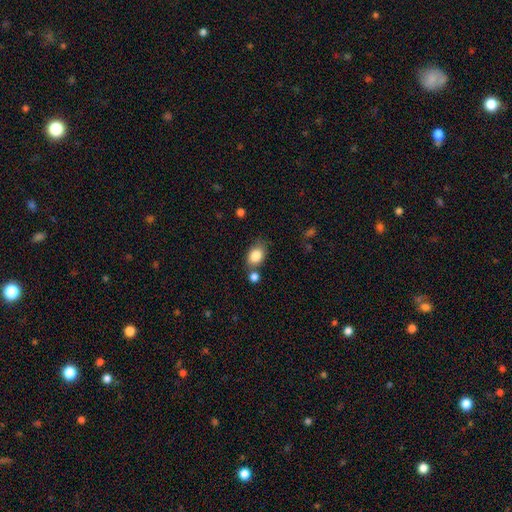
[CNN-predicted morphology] Smooth or featured?
  - smooth: 85% *
  - star or artifact: 8%
  - featured or disk: 7%
How rounded?
  - in between: 77% *
  - round: 22%
  - cigar-shaped: 1%
Merging?
  - none: 64% *
  - minor disturbance: 17%
  - merger: 14%
  - major disturbance: 5%